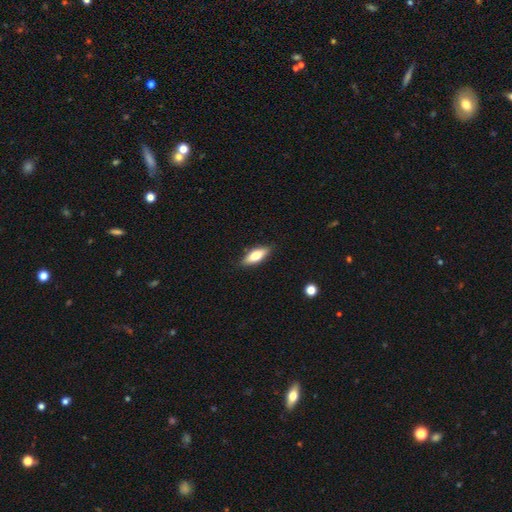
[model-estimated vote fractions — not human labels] A smooth galaxy with no disk features (67%) that is in between round and cigar-shaped (69%). Merging: none (87%).